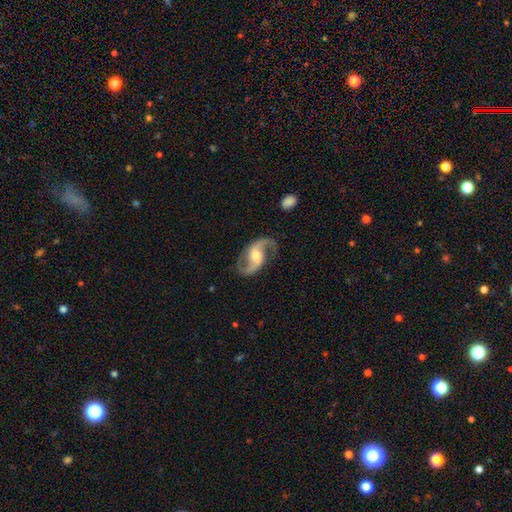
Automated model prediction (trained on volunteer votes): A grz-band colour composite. It shows a featured or disk galaxy (91%) with a weak bar (47%), 2 (94%) loose (54%) spiral arms (97%) and a moderate central bulge (58%). Merging: none (81%).